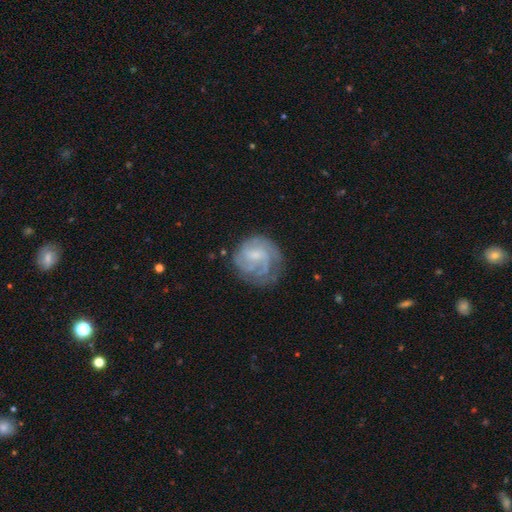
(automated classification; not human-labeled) A featured or disk galaxy (69%) with a weak bar (47%), tight (50%) spiral arms (84%) and a small central bulge (50%). Merging: none (59%).